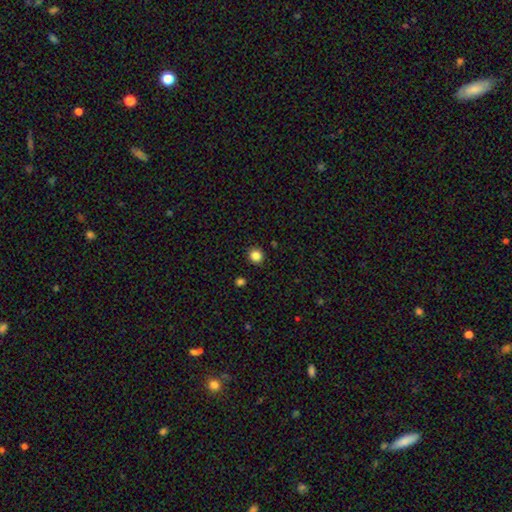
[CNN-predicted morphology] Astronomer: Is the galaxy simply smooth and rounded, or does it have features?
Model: smooth — 85%.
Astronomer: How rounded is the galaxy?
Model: round — 92%.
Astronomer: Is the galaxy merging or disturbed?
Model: none — 92%.